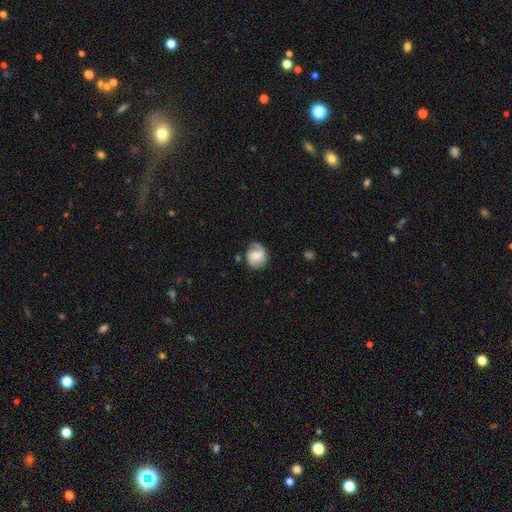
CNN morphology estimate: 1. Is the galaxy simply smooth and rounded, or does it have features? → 56% featured or disk, 37% smooth, 7% star or artifact.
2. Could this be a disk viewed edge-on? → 97% no, 3% yes.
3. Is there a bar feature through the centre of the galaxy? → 52% no, 39% weak, 9% strong.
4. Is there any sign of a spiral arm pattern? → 88% yes, 12% no.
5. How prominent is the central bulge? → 55% moderate, 35% small, 5% large, 3% none, 1% dominant.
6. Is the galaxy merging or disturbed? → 66% none, 24% minor disturbance, 8% major disturbance, 3% merger.